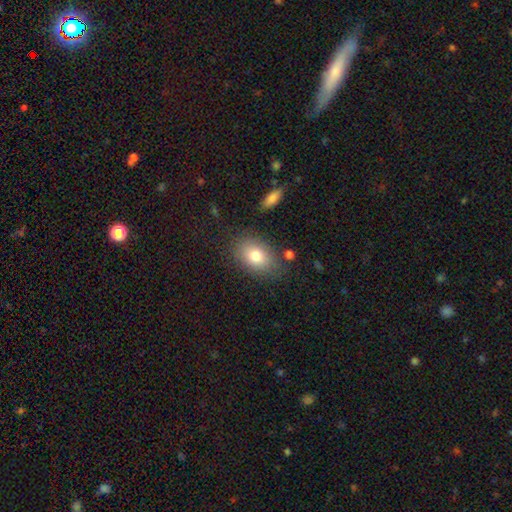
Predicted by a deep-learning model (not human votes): Morphology: type=smooth (79%); roundness=in between (77%); merging=none (78%).